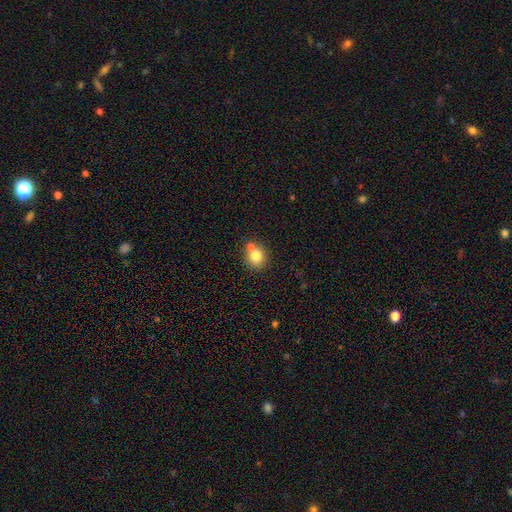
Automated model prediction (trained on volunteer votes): The model was most divided on "merging": none: 57%, merger: 30%, minor disturbance: 10%, major disturbance: 3%. More confident: how rounded — round (79%); smooth or featured — smooth (79%).